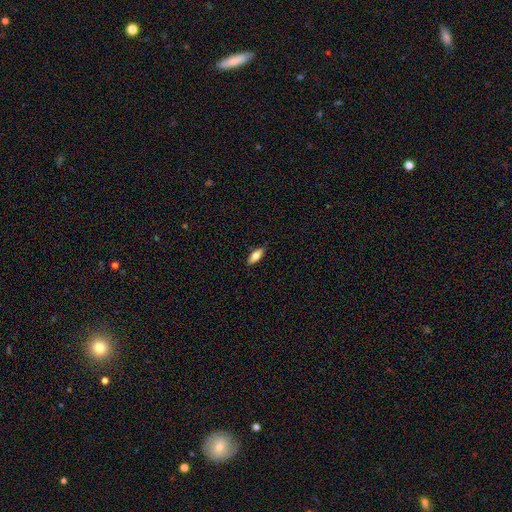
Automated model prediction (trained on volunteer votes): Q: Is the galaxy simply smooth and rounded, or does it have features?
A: smooth — 76%.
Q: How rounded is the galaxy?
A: in between — 73%.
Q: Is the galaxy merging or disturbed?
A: none — 86%.